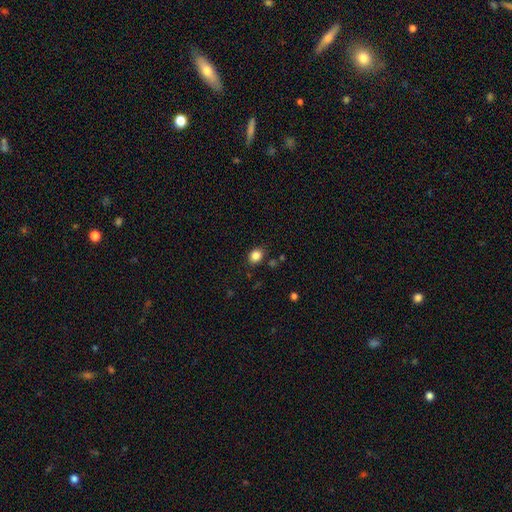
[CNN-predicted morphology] Smooth or featured: smooth — 85% (star or artifact — 11%)
How rounded: in between — 53% (round — 46%)
Merging: none — 84% (minor disturbance — 10%)